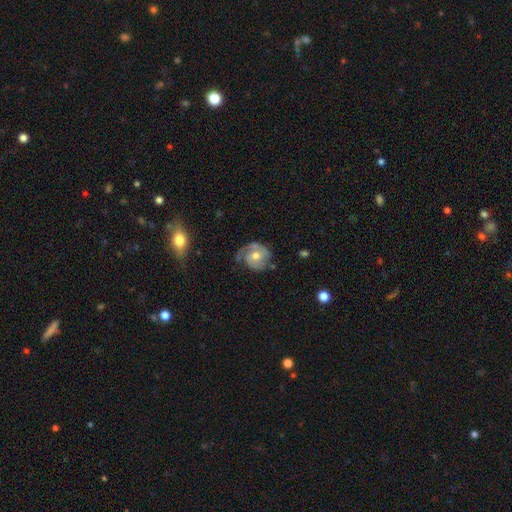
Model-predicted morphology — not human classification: This is likely a featured or disk galaxy (71%). It is clearly not viewed edge-on (97%). Bar: likely no (66%). Spiral arm pattern: clearly yes (89%). Spiral arm count: possibly 2 (48%). Spiral winding: possibly tight (46%). Central bulge: likely moderate (68%). Merging: possibly none (57%).